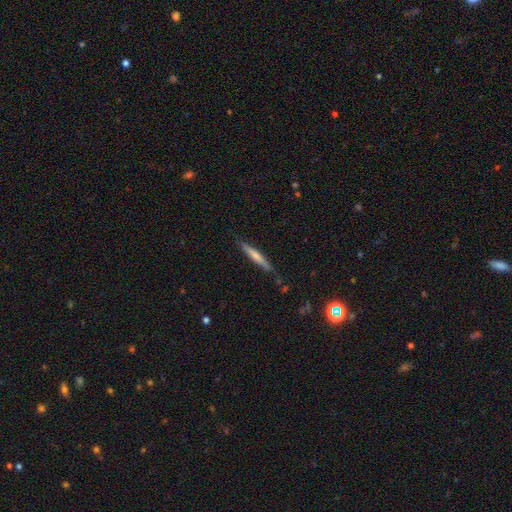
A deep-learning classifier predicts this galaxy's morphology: Overall: smooth (58%; featured or disk 36%). How rounded: cigar-shaped (93%). Merging: none (84%).